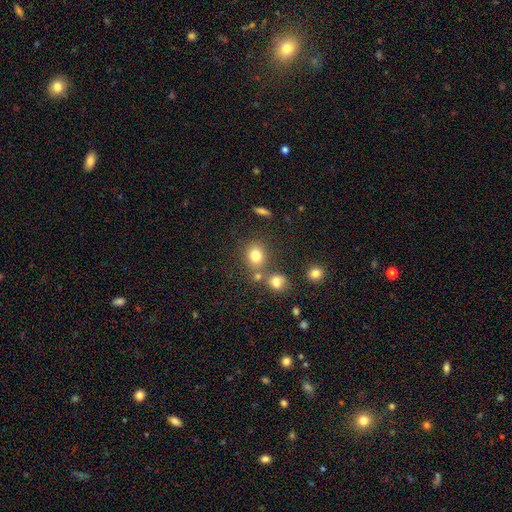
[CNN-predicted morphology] Smooth or featured?
  - smooth: 78% *
  - star or artifact: 14%
  - featured or disk: 8%
How rounded?
  - round: 73% *
  - in between: 26%
  - cigar-shaped: 1%
Merging?
  - none: 67% *
  - merger: 18%
  - minor disturbance: 11%
  - major disturbance: 4%